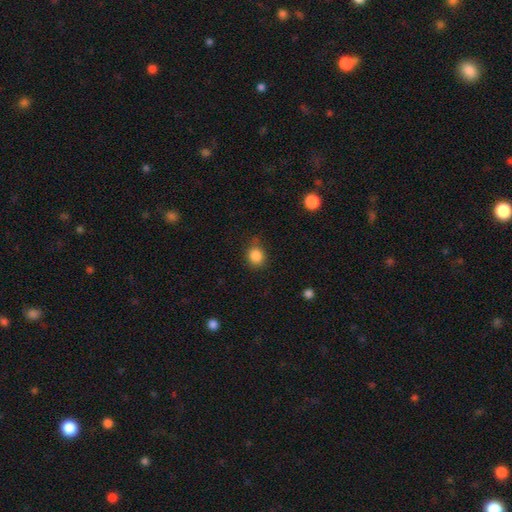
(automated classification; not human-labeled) Smooth or featured: smooth — 86% (star or artifact — 10%)
How rounded: round — 77% (in between — 22%)
Merging: none — 73% (minor disturbance — 20%)